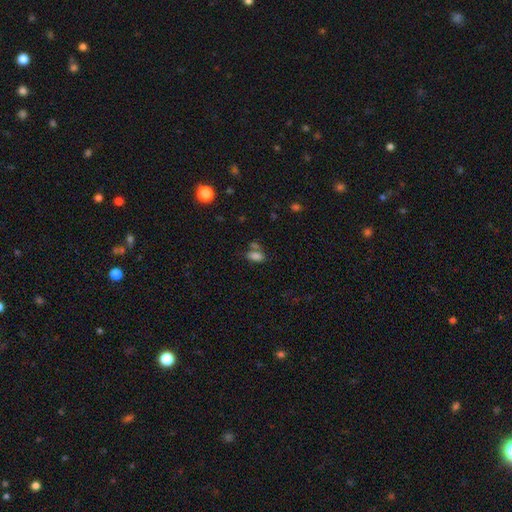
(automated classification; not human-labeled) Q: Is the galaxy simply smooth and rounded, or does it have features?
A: smooth — 78%.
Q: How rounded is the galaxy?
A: in between — 88%.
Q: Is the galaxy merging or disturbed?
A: none — 50%.